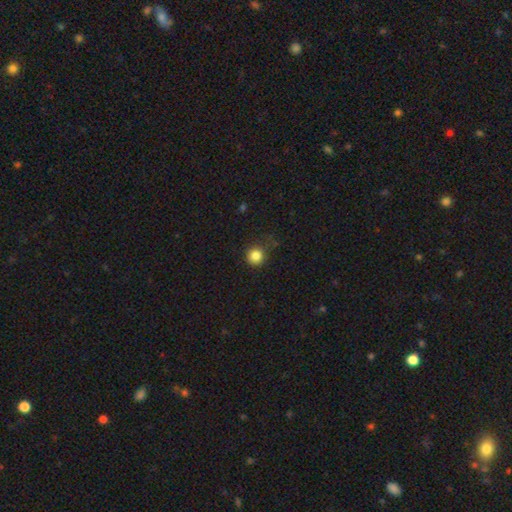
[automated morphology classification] A smooth galaxy with no disk features (85%) that is round (93%). Merging: none (79%).